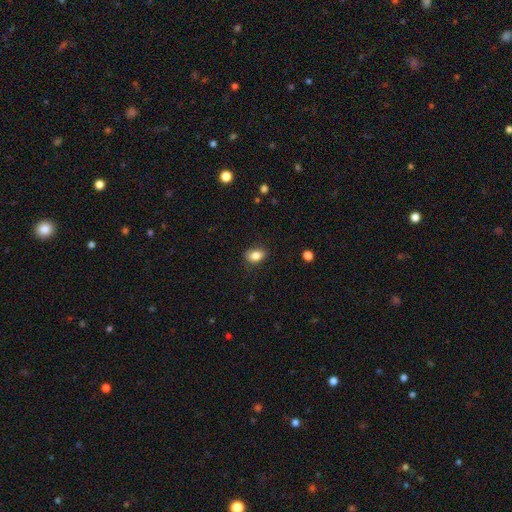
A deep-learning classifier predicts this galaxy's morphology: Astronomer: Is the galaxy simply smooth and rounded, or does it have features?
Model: smooth — 85%.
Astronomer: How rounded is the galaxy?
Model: in between — 80%.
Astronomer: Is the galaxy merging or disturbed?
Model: none — 80%.